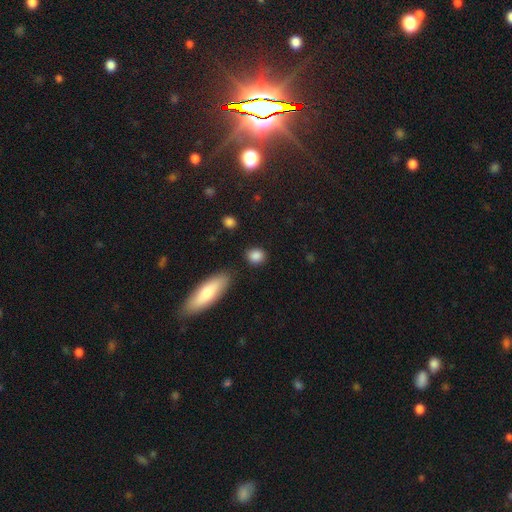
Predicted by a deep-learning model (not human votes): Smooth or featured? Predicted: smooth (p=0.87). How rounded? Predicted: round (p=0.64). Merging? Predicted: none (p=0.83).